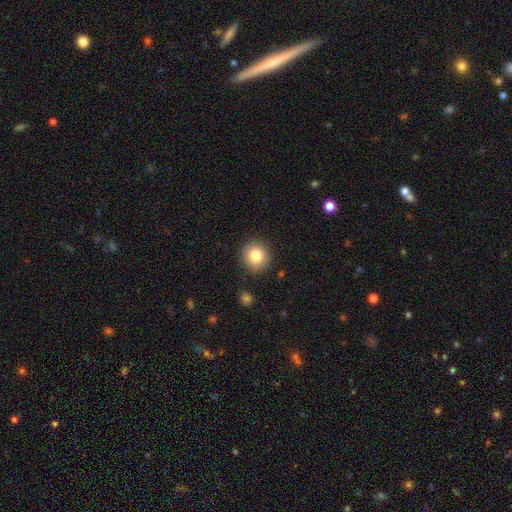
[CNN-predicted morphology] Smooth or featured?
  - smooth: 83% *
  - star or artifact: 9%
  - featured or disk: 8%
How rounded?
  - round: 92% *
  - in between: 7%
  - cigar-shaped: 1%
Merging?
  - none: 89% *
  - minor disturbance: 7%
  - major disturbance: 2%
  - merger: 2%